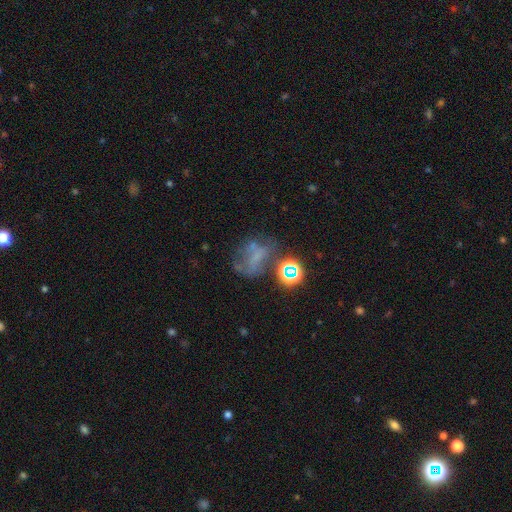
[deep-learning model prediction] Smooth or featured: featured or disk — 35% (star or artifact — 33%)
Merging: none — 39% (major disturbance — 28%)